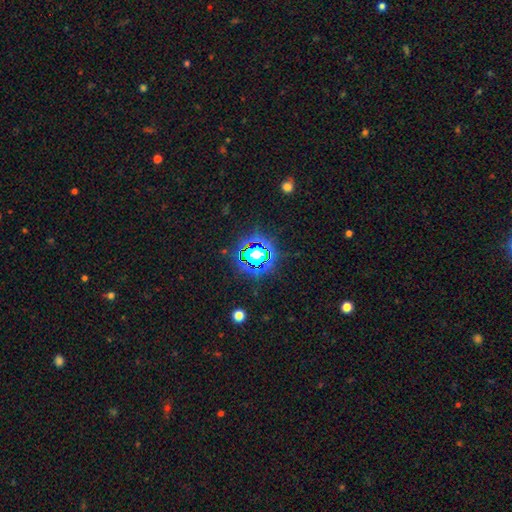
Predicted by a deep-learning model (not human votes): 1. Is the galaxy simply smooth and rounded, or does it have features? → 79% star or artifact, 13% smooth, 7% featured or disk.